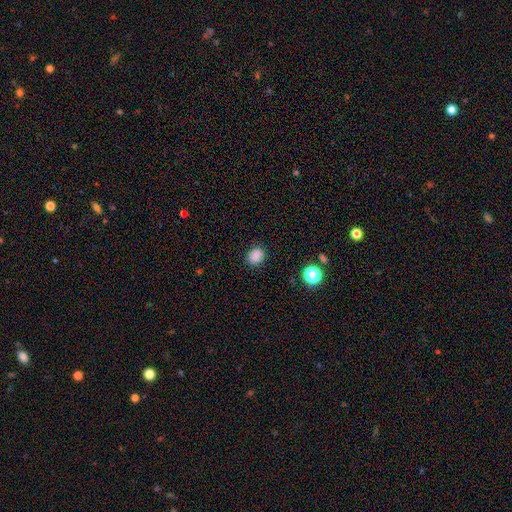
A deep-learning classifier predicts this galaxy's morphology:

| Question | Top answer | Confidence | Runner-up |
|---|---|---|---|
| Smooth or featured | smooth | 85% | star or artifact (12%) |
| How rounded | round | 56% | in between (43%) |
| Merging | none | 86% | minor disturbance (10%) |